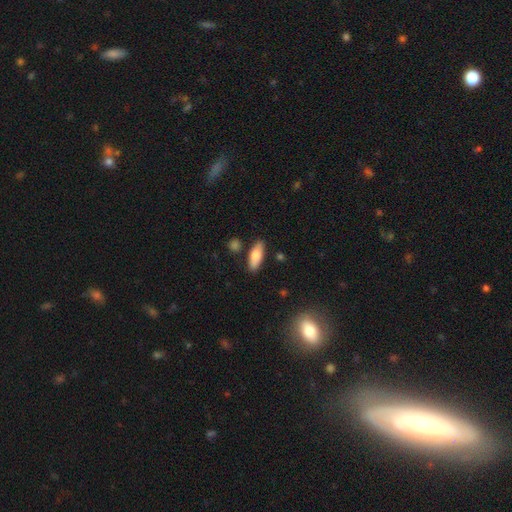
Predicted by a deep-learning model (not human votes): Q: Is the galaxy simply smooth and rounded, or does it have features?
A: smooth — 78%.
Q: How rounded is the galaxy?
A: in between — 67%.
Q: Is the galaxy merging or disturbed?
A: none — 83%.